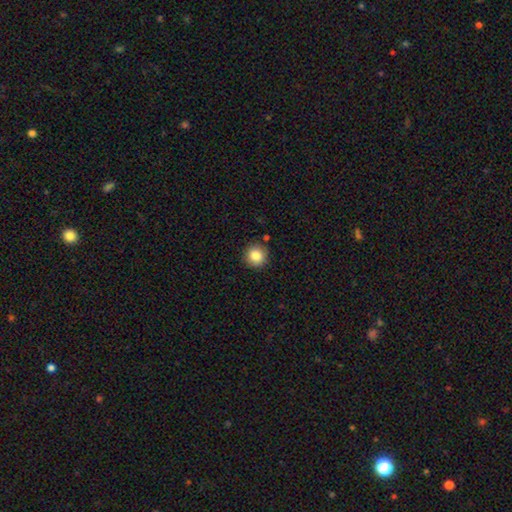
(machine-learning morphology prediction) This appears to be a smooth galaxy with no disk features (84%) that is round (94%). Merging: none (89%).